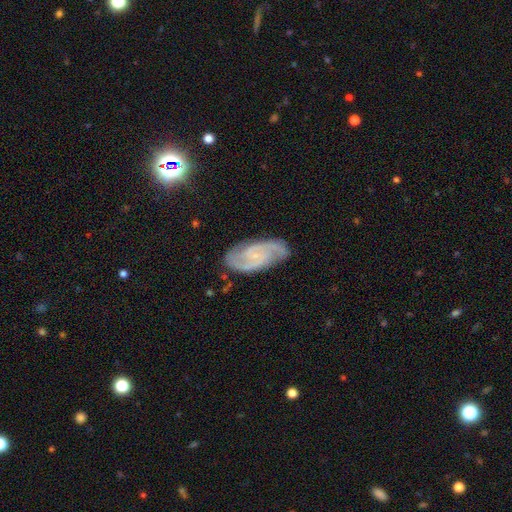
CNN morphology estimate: A featured or disk galaxy (86%) with no bar (50%), 2 (76%) medium (47%) spiral arms (98%) and a small central bulge (66%). Merging: none (80%).